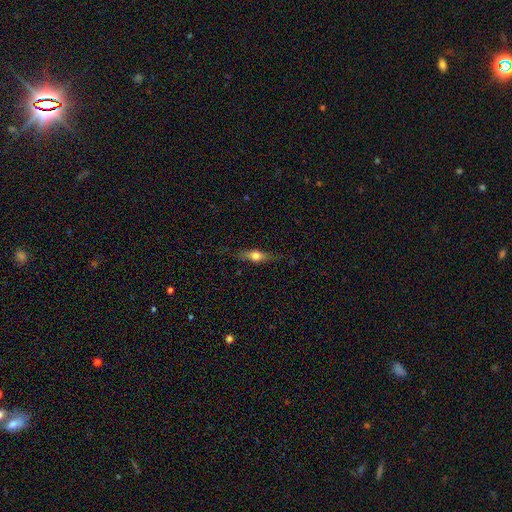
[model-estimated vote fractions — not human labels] Q: Smooth or featured?
A: smooth (53%); runner-up: featured or disk (40%)
Q: How rounded?
A: cigar-shaped (56%); runner-up: in between (40%)
Q: Merging?
A: none (79%); runner-up: minor disturbance (16%)